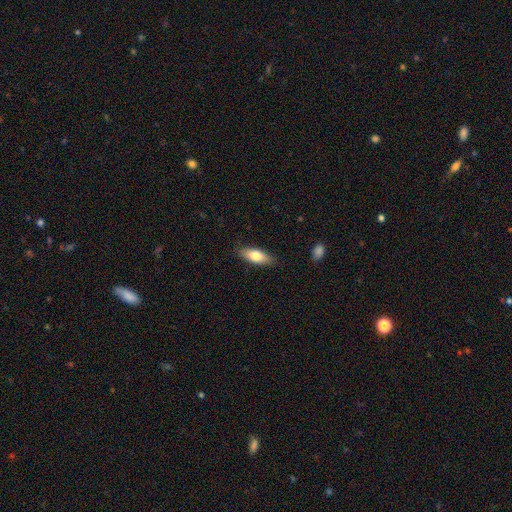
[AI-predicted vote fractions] Smooth or featured? smooth (76%)
How rounded? in between (75%)
Merging? none (85%)